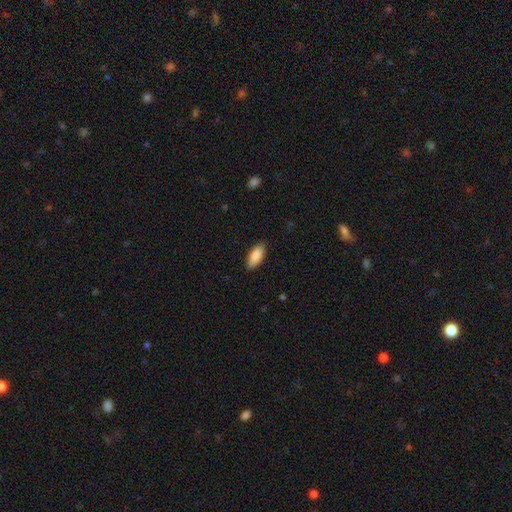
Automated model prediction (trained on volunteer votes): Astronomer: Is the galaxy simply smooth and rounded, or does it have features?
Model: smooth — 89%.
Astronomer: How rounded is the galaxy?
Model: in between — 85%.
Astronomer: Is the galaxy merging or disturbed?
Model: none — 87%.